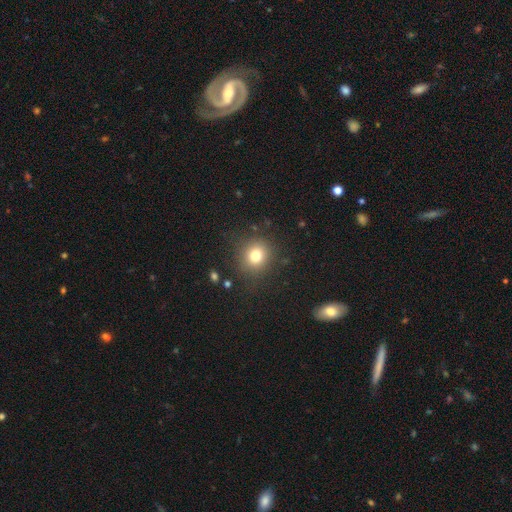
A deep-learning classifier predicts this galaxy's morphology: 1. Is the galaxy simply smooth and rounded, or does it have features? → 77% smooth, 14% star or artifact, 9% featured or disk.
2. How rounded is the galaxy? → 86% round, 13% in between, 1% cigar-shaped.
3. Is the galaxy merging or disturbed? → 86% none, 9% minor disturbance, 4% major disturbance, 2% merger.